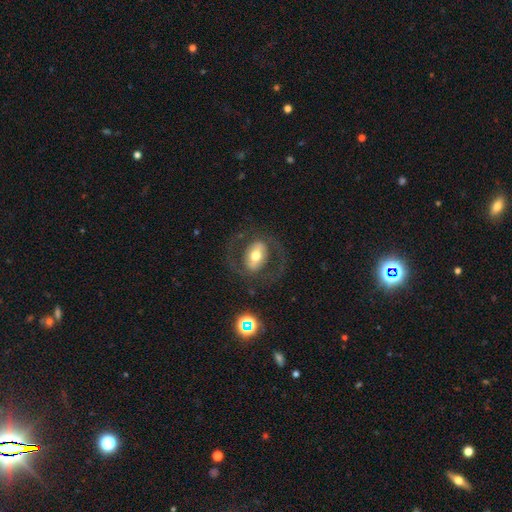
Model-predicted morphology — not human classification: Q: Smooth or featured?
A: featured or disk (64%); runner-up: smooth (29%)
Q: Edge-on disk?
A: no (94%); runner-up: yes (6%)
Q: Bar?
A: strong (39%); runner-up: weak (31%)
Q: Spiral arms?
A: yes (55%); runner-up: no (45%)
Q: Bulge size?
A: moderate (66%); runner-up: large (20%)
Q: Merging?
A: none (71%); runner-up: major disturbance (15%)